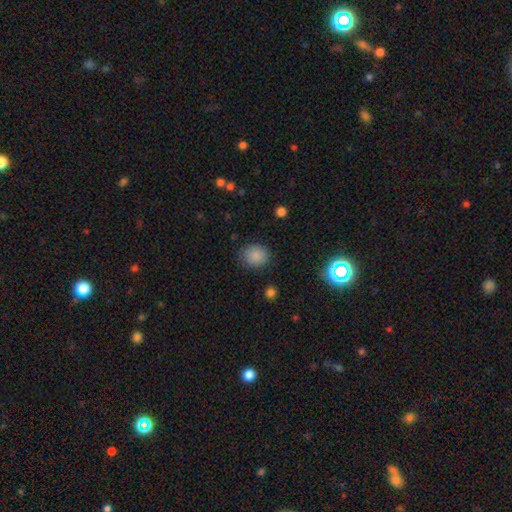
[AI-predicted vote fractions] Smooth or featured? Predicted: smooth (p=0.87). How rounded? Predicted: round (p=0.75). Merging? Predicted: none (p=0.84).